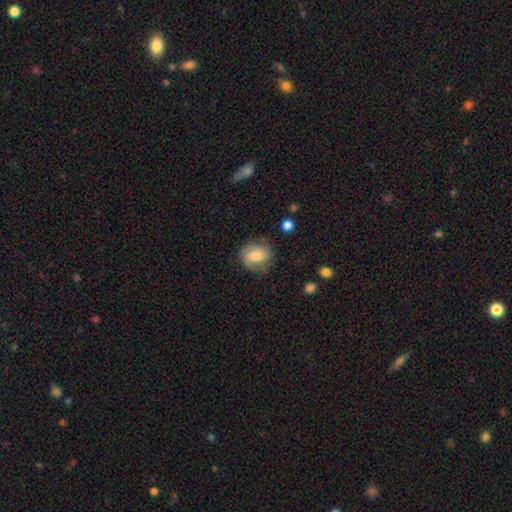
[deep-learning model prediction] This appears to be a smooth galaxy with no disk features (54%) that is round (70%). Merging: none (70%).